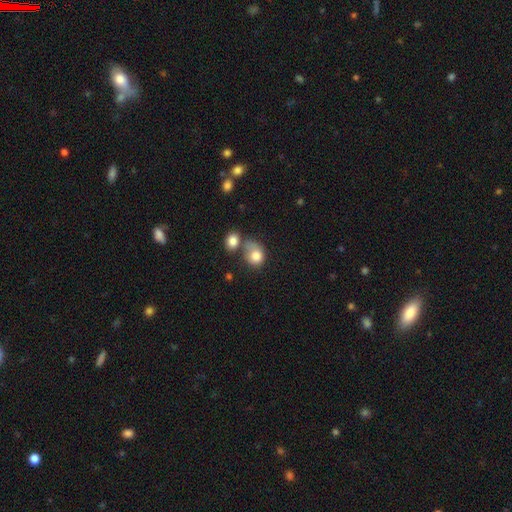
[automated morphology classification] Overall: smooth (81%). How rounded: round (57%; in between 41%). Merging: merger (38%; none 31%).